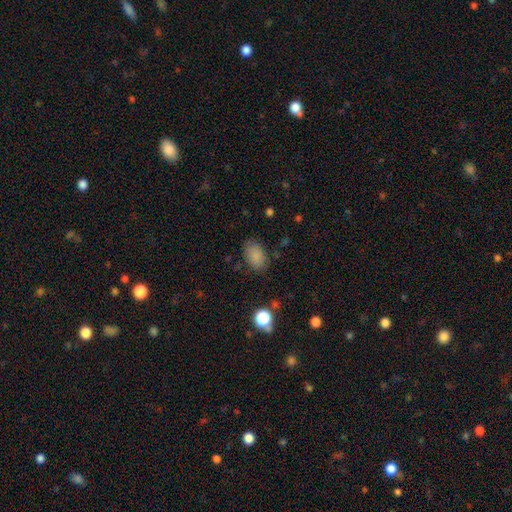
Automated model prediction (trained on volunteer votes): Smooth or featured? Predicted: smooth (p=0.86). How rounded? Predicted: in between (p=0.85). Merging? Predicted: none (p=0.83).